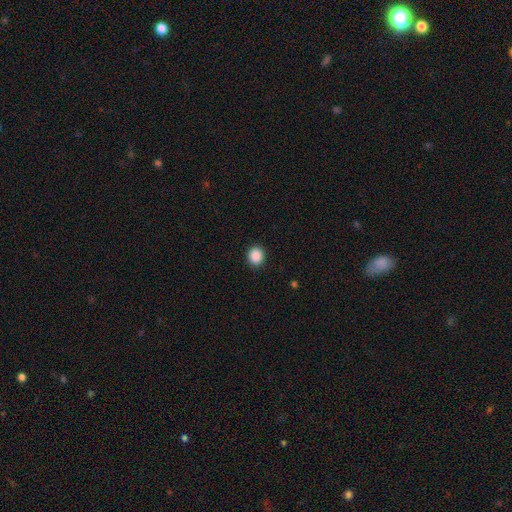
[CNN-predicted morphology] smooth 89%, star or artifact 9%, featured or disk 2%. Down the decision tree: how rounded — round (84%); merging — none (91%).